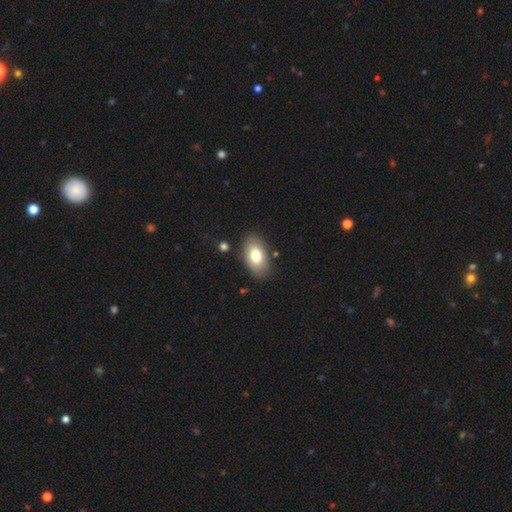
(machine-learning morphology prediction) A smooth galaxy with no disk features (75%) that is in between round and cigar-shaped (92%). Merging: none (83%).